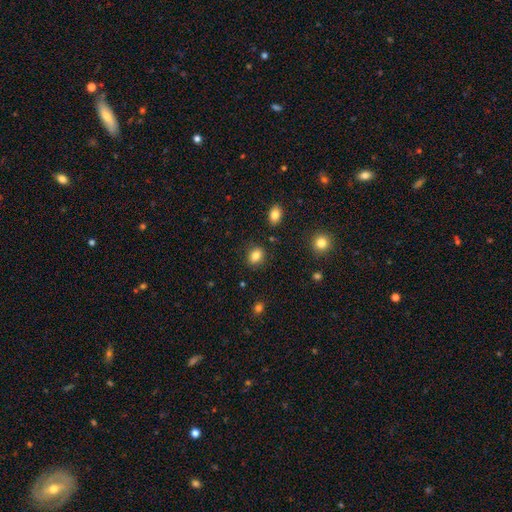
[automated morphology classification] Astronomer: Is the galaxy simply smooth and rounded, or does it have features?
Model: smooth — 83%.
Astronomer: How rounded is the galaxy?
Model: in between — 52% (runner-up: round, 47%).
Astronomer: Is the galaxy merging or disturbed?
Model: none — 84%.